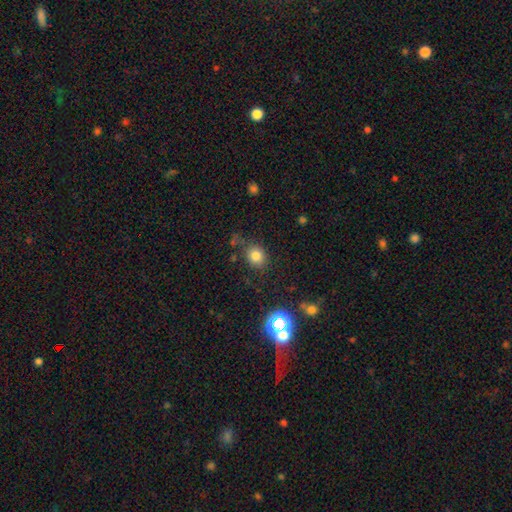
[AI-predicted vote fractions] The model was most divided on "how rounded": round: 74%, in between: 25%, cigar-shaped: 1%. More confident: smooth or featured — smooth (77%); merging — none (76%).